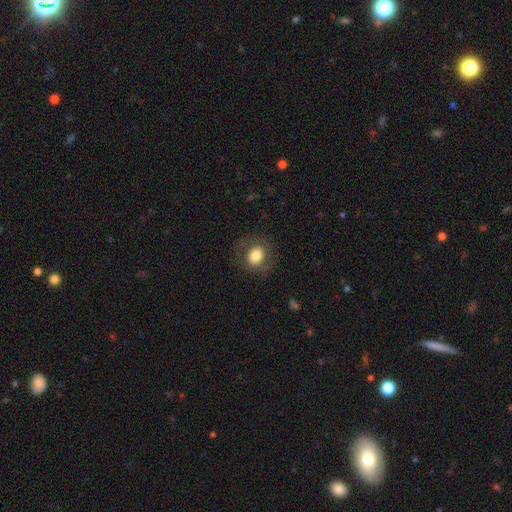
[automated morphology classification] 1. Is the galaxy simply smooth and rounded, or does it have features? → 76% smooth, 15% featured or disk, 9% star or artifact.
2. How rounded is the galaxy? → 69% round, 30% in between, 1% cigar-shaped.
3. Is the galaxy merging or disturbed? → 80% none, 12% minor disturbance, 7% major disturbance, 1% merger.